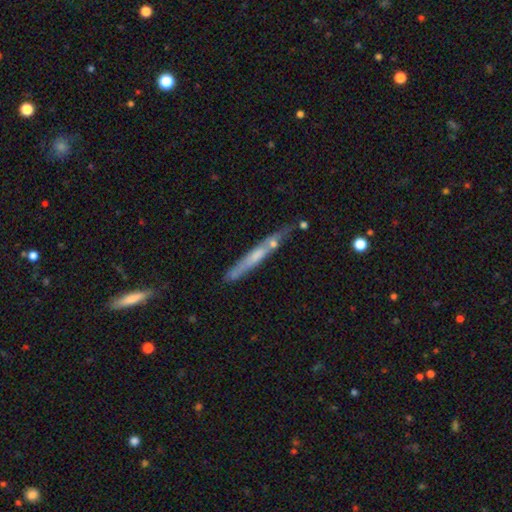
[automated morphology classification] Smooth or featured? Predicted: featured or disk (p=0.53). Edge-on disk? Predicted: yes (p=0.90). Merging? Predicted: none (p=0.71).